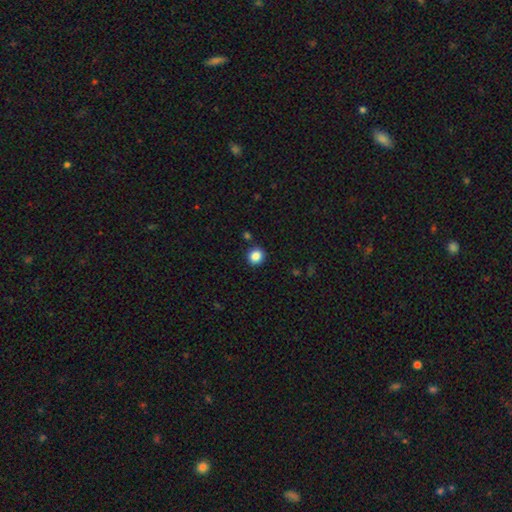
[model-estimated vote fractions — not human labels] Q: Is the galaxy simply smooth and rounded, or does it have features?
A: smooth — 86%.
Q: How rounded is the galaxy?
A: round — 86%.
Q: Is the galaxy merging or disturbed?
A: none — 89%.